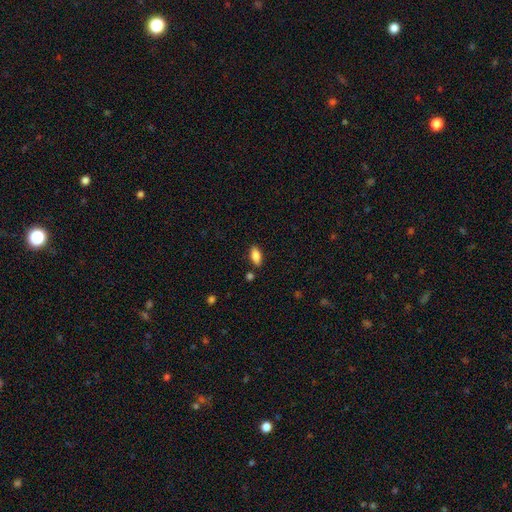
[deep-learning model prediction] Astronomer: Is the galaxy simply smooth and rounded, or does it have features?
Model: smooth — 85%.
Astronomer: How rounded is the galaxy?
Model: in between — 88%.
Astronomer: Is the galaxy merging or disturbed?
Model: none — 84%.